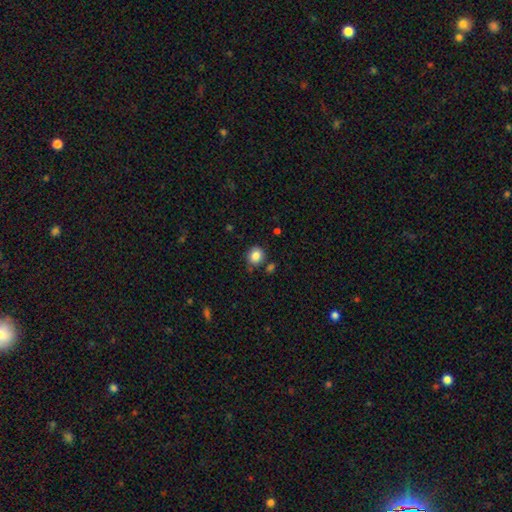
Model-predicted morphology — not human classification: Q: Smooth or featured?
A: smooth (85%); runner-up: star or artifact (10%)
Q: How rounded?
A: round (81%); runner-up: in between (18%)
Q: Merging?
A: none (79%); runner-up: minor disturbance (13%)